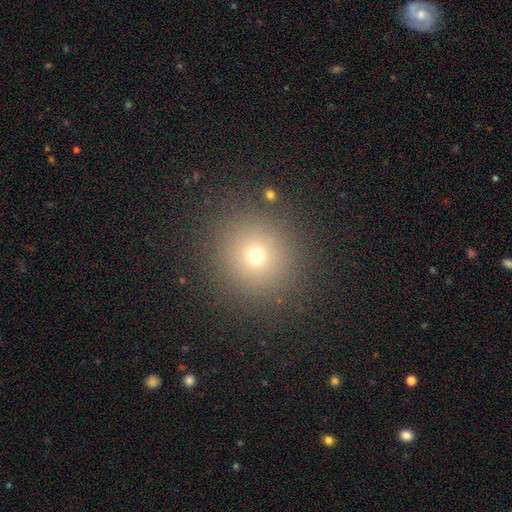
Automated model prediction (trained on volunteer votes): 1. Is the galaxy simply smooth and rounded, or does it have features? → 69% smooth, 22% star or artifact, 10% featured or disk.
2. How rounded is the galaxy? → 93% round, 6% in between, 1% cigar-shaped.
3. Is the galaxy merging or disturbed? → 89% none, 6% minor disturbance, 3% major disturbance, 2% merger.